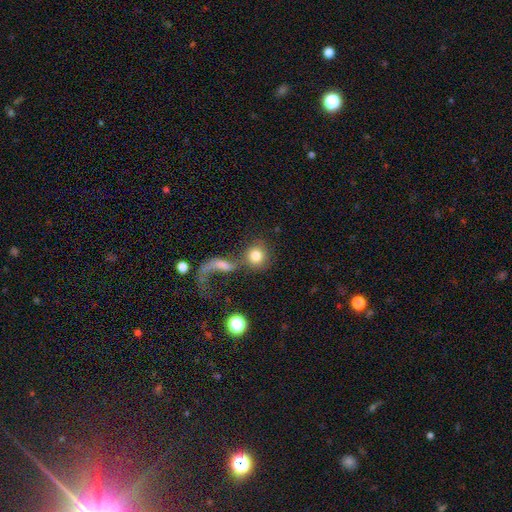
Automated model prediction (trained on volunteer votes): A smooth galaxy with no disk features (75%) that is round (87%). Merging: none (40%).